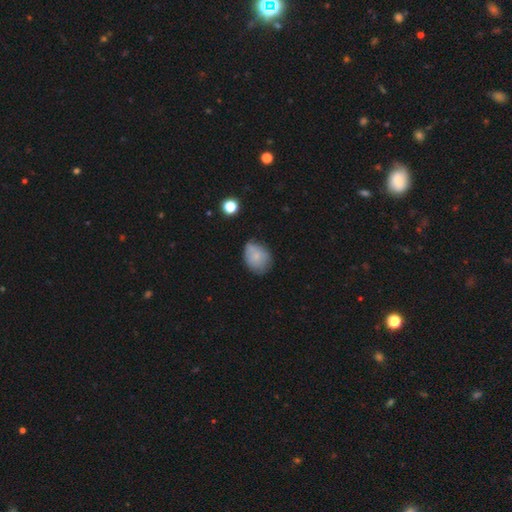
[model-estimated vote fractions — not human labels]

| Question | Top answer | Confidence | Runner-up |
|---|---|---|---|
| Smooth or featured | smooth | 74% | featured or disk (17%) |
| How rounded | in between | 62% | round (37%) |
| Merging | none | 52% | minor disturbance (35%) |